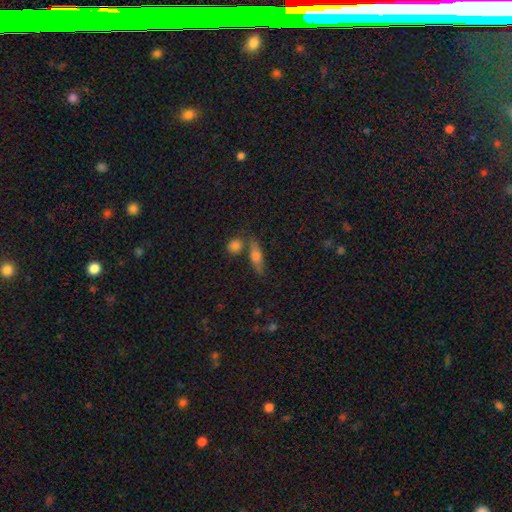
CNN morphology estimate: A smooth galaxy with no disk features (56%) that is cigar-shaped (55%).

Vote fractions:
- Smooth or featured? smooth: 56% / featured or disk: 33% / star or artifact: 11%
- How rounded? cigar-shaped: 55% / in between: 37% / round: 9%
- Merging? none: 67% / merger: 15% / minor disturbance: 13% / major disturbance: 5%